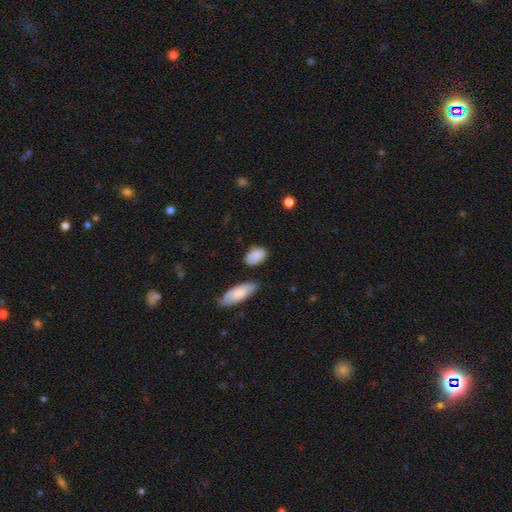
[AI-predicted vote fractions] smooth-or-featured: smooth: 88% | star or artifact: 7% | featured or disk: 6%
  how-rounded: in between: 88% | round: 10% | cigar-shaped: 3%
  merging: none: 74% | minor disturbance: 17% | merger: 5% | major disturbance: 4%